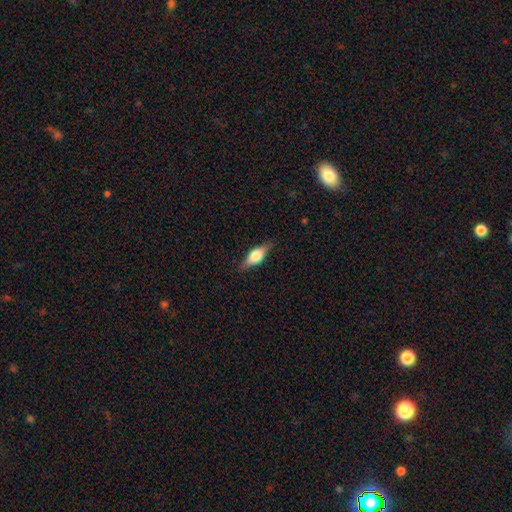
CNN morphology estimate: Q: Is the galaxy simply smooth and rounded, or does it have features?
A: featured or disk — 47%.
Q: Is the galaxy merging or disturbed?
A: none — 83%.